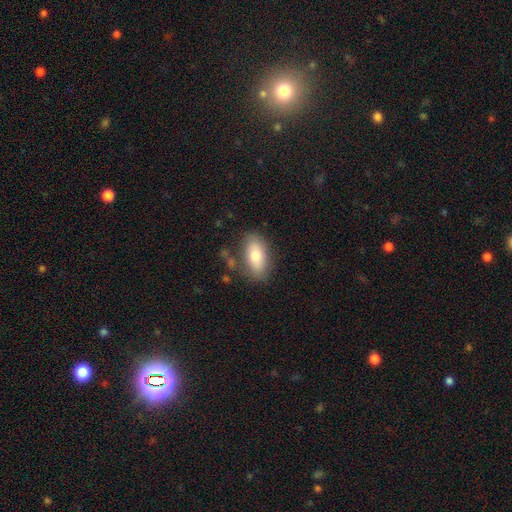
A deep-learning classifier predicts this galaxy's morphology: This is likely a smooth galaxy (74%). How rounded: clearly in between (90%). Merging: likely none (77%).